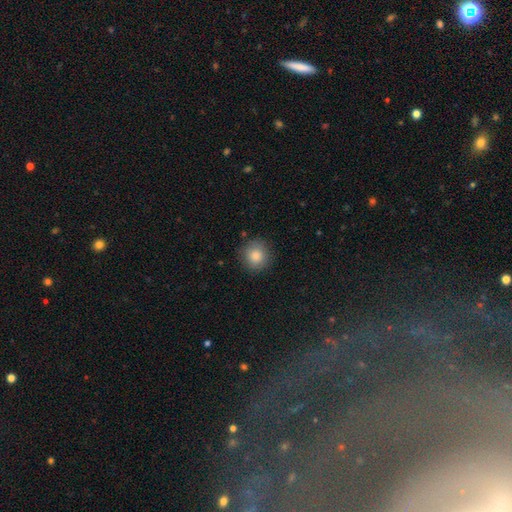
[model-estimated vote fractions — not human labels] smooth 85%, star or artifact 9%, featured or disk 6%. Down the decision tree: how rounded — round (91%); merging — none (88%).